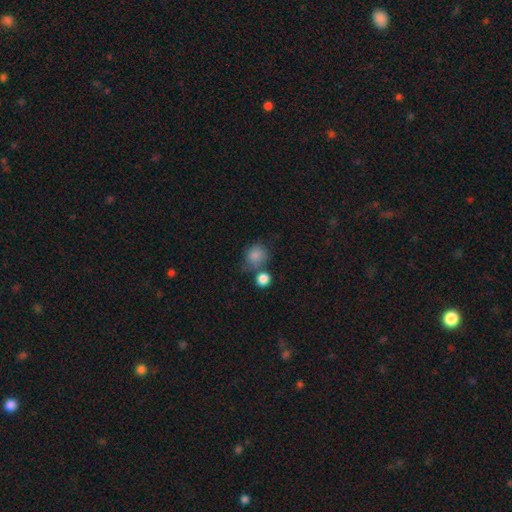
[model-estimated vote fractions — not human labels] Smooth or featured? Predicted: smooth (p=0.84). How rounded? Predicted: round (p=0.78). Merging? Predicted: none (p=0.54).